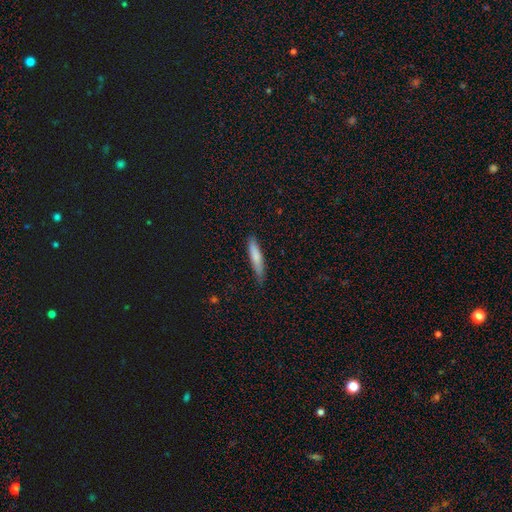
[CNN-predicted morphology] smooth 78%, featured or disk 16%, star or artifact 6%. Down the decision tree: how rounded — cigar-shaped (88%); merging — none (78%).